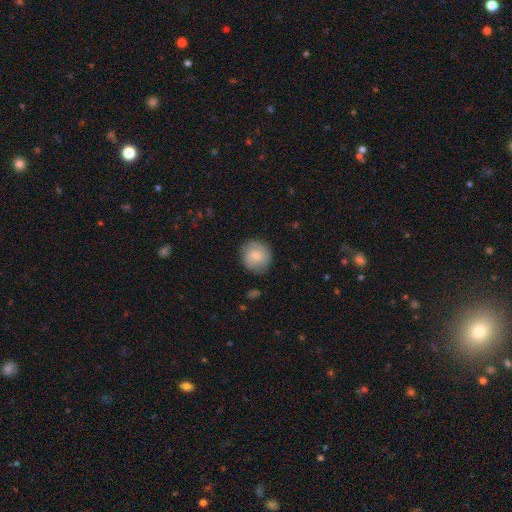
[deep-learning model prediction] Smooth or featured?
  - smooth: 72% *
  - featured or disk: 21%
  - star or artifact: 7%
How rounded?
  - round: 91% *
  - in between: 8%
  - cigar-shaped: 1%
Merging?
  - none: 85% *
  - minor disturbance: 11%
  - major disturbance: 3%
  - merger: 1%